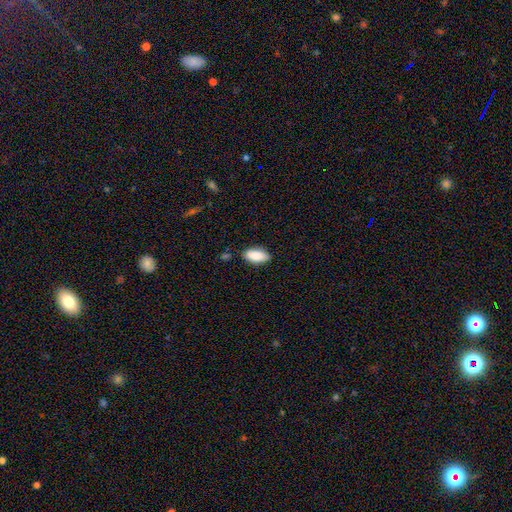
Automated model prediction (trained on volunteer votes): Smooth or featured? smooth (86%)
How rounded? in between (90%)
Merging? none (82%)